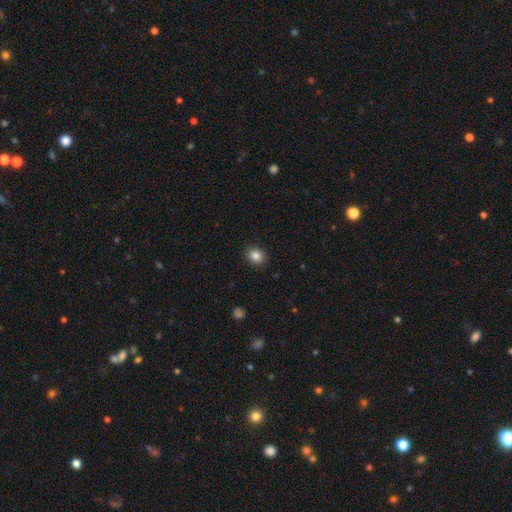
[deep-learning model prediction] Q: Smooth or featured?
A: smooth (85%); runner-up: star or artifact (10%)
Q: How rounded?
A: round (63%); runner-up: in between (37%)
Q: Merging?
A: none (90%); runner-up: minor disturbance (7%)